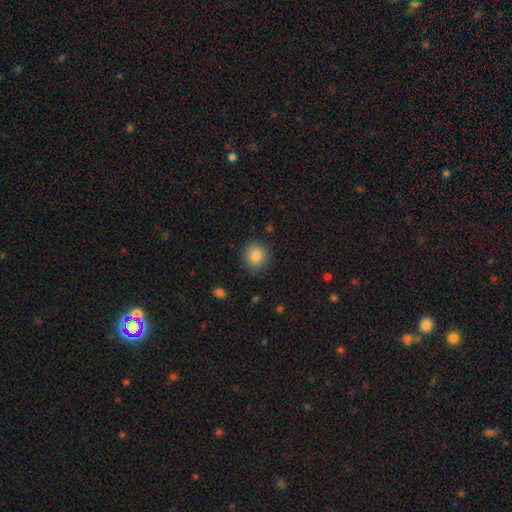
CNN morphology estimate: type=smooth (85%); roundness=round (87%); merging=none (86%).